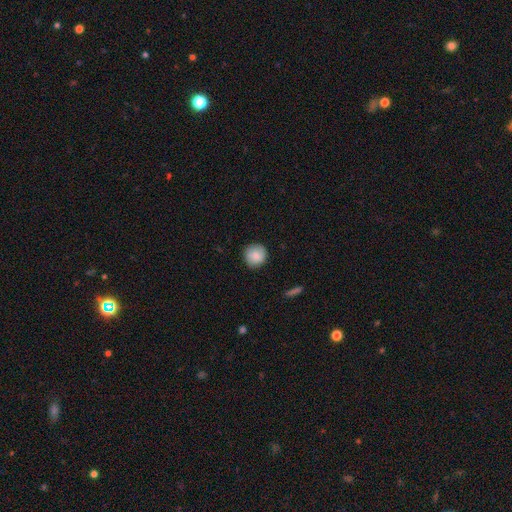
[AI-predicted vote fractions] A smooth galaxy with no disk features (85%) that is round (93%). Merging: none (86%).